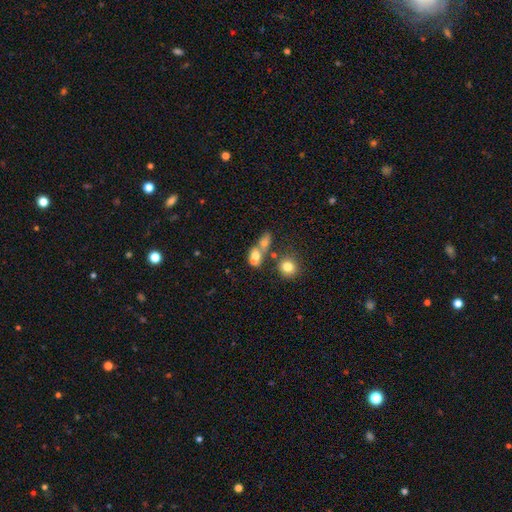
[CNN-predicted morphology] smooth-or-featured: smooth: 67% | featured or disk: 19% | star or artifact: 14%
  how-rounded: in between: 58% | round: 38% | cigar-shaped: 4%
  merging: merger: 58% | none: 25% | minor disturbance: 9% | major disturbance: 8%